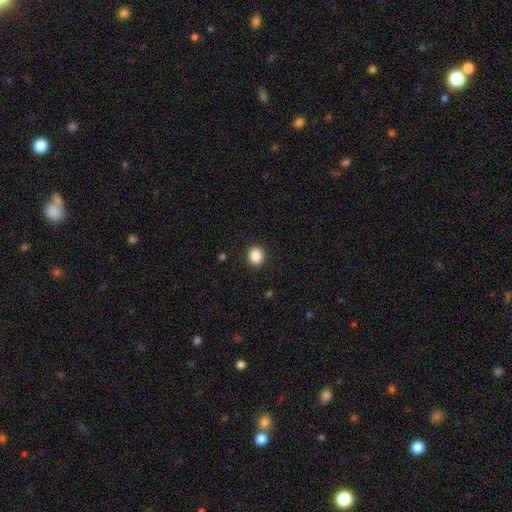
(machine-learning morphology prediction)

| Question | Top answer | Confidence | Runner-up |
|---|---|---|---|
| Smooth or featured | smooth | 87% | star or artifact (10%) |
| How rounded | round | 82% | in between (17%) |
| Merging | none | 91% | minor disturbance (6%) |